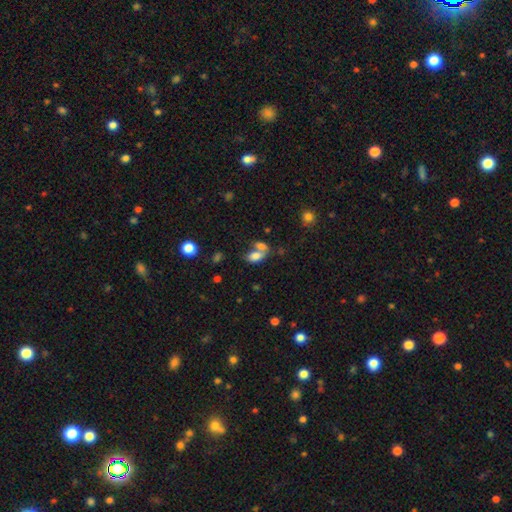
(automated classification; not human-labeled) Q: Smooth or featured?
A: smooth (77%); runner-up: featured or disk (12%)
Q: How rounded?
A: in between (88%); runner-up: round (8%)
Q: Merging?
A: merger (55%); runner-up: none (30%)